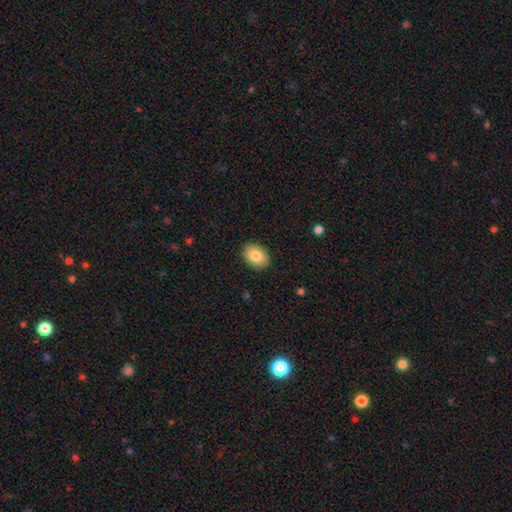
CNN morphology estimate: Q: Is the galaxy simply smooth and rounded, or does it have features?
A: smooth — 84%.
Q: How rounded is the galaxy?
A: in between — 77%.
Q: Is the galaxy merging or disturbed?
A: none — 89%.